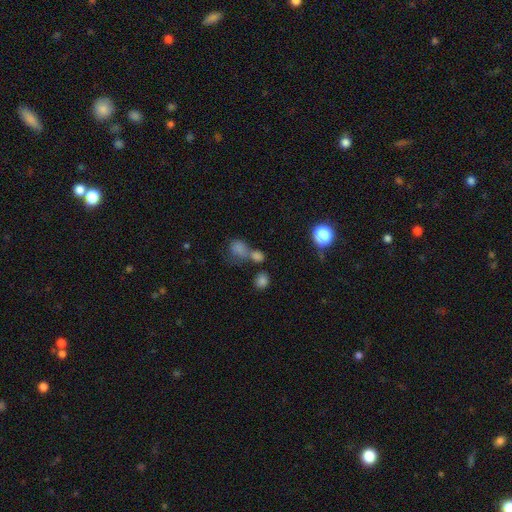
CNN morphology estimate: A smooth galaxy with no disk features (68%) that is round (59%). Merging: merger (42%).